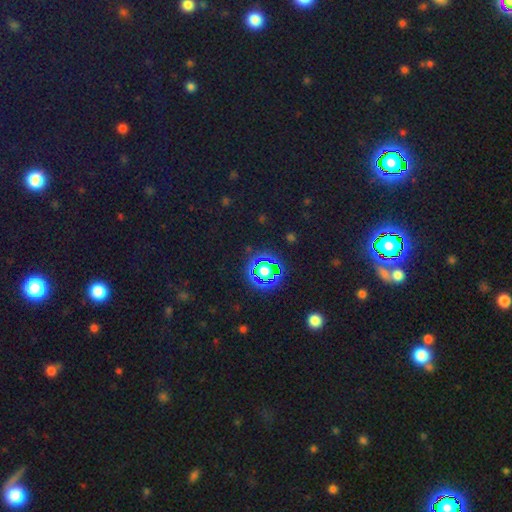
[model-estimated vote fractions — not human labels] smooth-or-featured: star or artifact: 76% | smooth: 16% | featured or disk: 7%